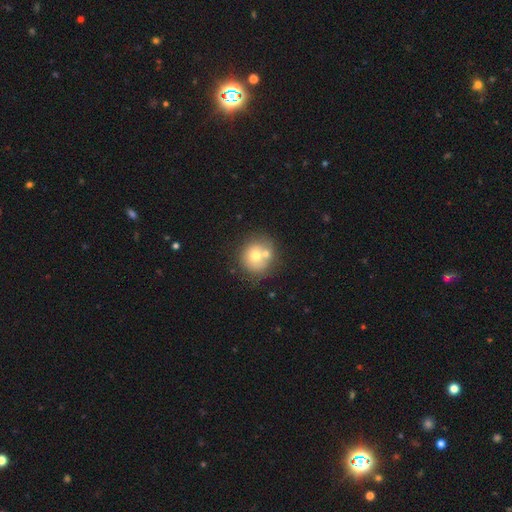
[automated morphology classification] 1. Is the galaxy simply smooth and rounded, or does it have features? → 65% smooth, 24% featured or disk, 10% star or artifact.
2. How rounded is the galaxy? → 88% round, 11% in between, 1% cigar-shaped.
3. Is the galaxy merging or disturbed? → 48% none, 35% merger, 12% minor disturbance, 5% major disturbance.